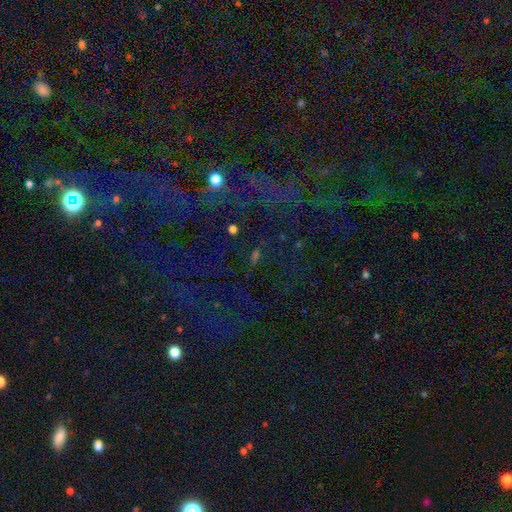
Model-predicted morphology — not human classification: Overall: star or artifact (65%).